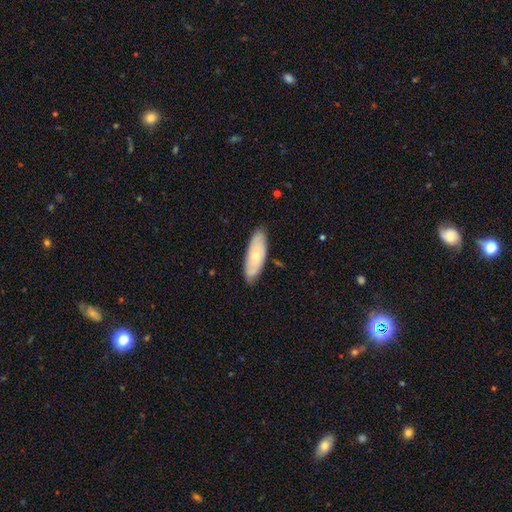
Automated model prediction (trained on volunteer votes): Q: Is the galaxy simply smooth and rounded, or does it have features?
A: smooth — 54%.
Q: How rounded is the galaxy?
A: in between — 71%.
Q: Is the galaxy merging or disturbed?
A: none — 83%.